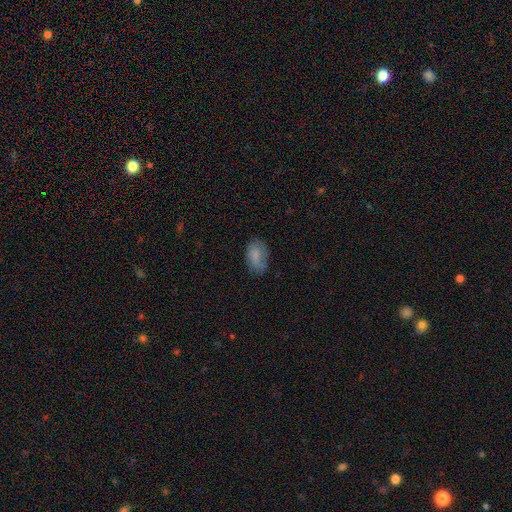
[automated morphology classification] A smooth galaxy with no disk features (77%) that is in between round and cigar-shaped (89%). Merging: none (67%).